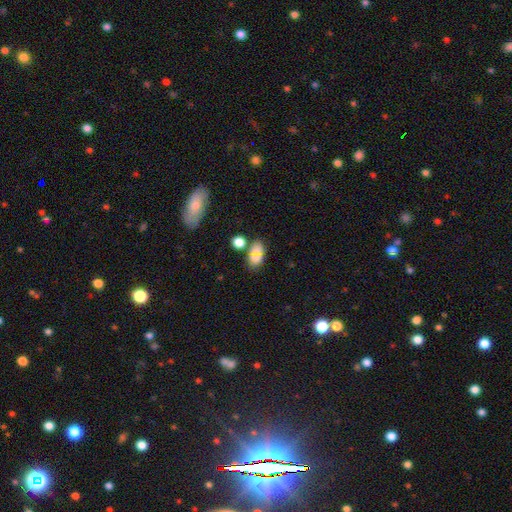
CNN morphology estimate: smooth 72%, star or artifact 18%, featured or disk 10%. Down the decision tree: how rounded — in between (79%); merging — none (70%).